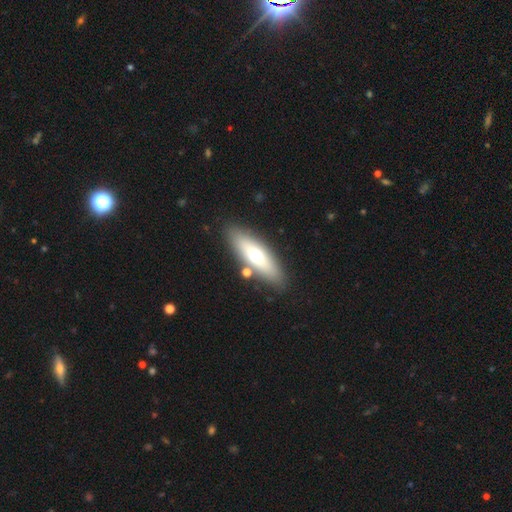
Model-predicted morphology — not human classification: smooth 60%, featured or disk 34%, star or artifact 6%. Down the decision tree: how rounded — in between (52%); merging — none (83%).